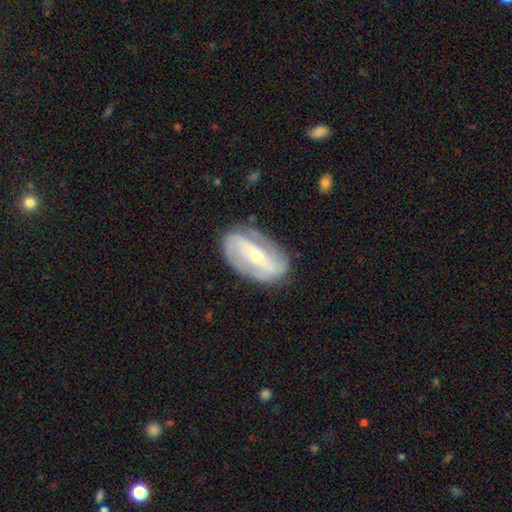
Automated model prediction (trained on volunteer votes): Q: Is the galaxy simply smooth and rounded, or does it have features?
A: featured or disk — 83%.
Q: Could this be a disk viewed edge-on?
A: no — 94%.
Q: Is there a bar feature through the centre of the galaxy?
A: strong — 52%.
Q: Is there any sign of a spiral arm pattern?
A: yes — 88%.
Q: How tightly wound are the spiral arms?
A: medium — 38%.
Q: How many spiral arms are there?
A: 2 — 82%.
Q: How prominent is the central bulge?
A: small — 61%.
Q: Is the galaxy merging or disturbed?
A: none — 77%.